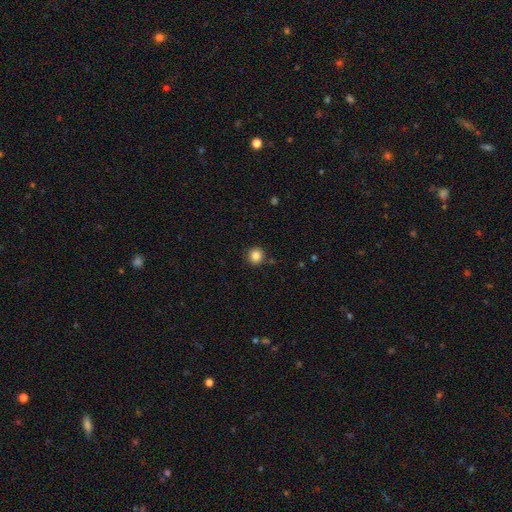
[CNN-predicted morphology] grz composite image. It shows a smooth galaxy with no disk features (84%) that is round (92%). Merging: none (90%).